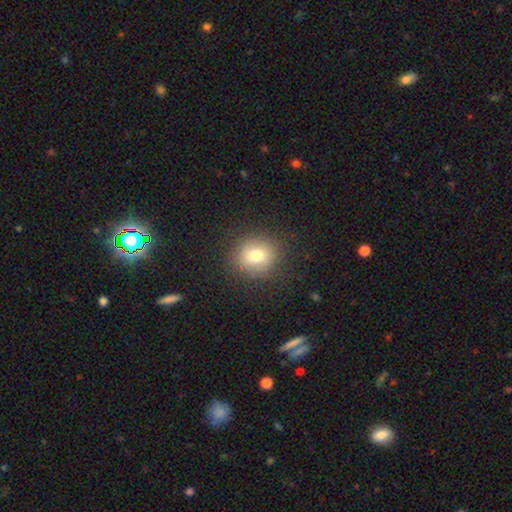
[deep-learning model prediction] A smooth galaxy with no disk features (73%) that is round (77%). Merging: none (84%).